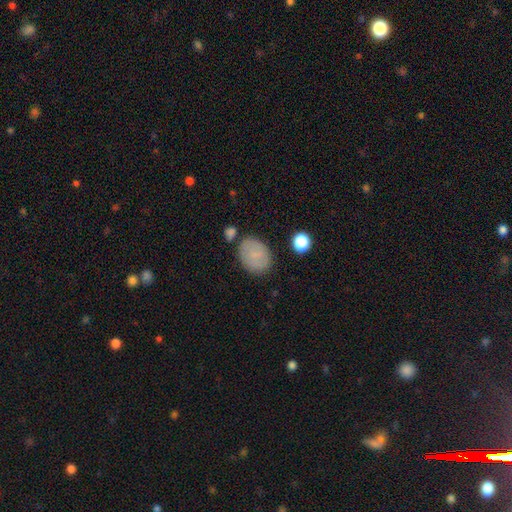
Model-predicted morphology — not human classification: smooth_or_featured: smooth (p=0.78) [alt: featured or disk p=0.14]
how_rounded: in between (p=0.62) [alt: round p=0.36]
merging: none (p=0.74) [alt: minor disturbance p=0.16]